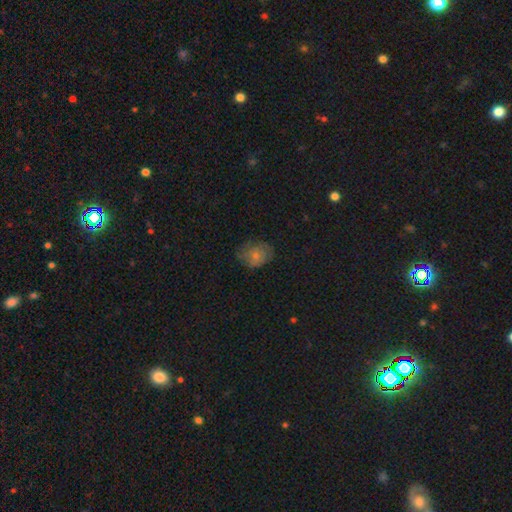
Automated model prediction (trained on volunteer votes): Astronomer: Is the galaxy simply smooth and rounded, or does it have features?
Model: smooth — 70%.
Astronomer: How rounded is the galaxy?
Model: in between — 52% (runner-up: round, 47%).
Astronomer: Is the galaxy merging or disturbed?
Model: none — 69%.